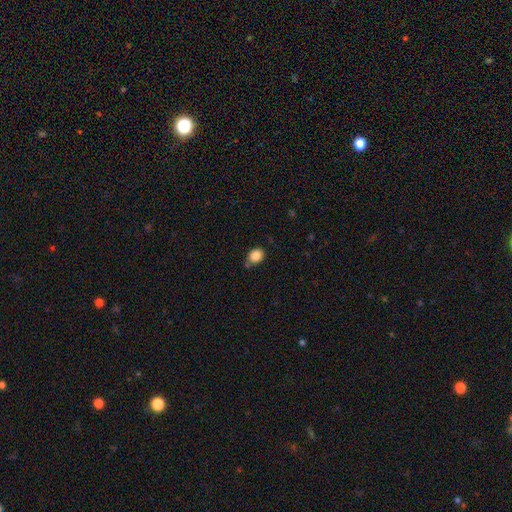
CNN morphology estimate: type=smooth (86%); roundness=in between (54%); merging=none (73%).